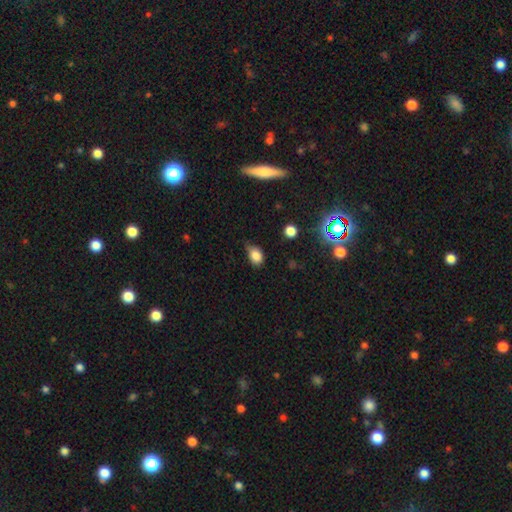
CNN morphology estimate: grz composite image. It shows a smooth galaxy with no disk features (82%) that is in between round and cigar-shaped (73%). Merging: none (51%).